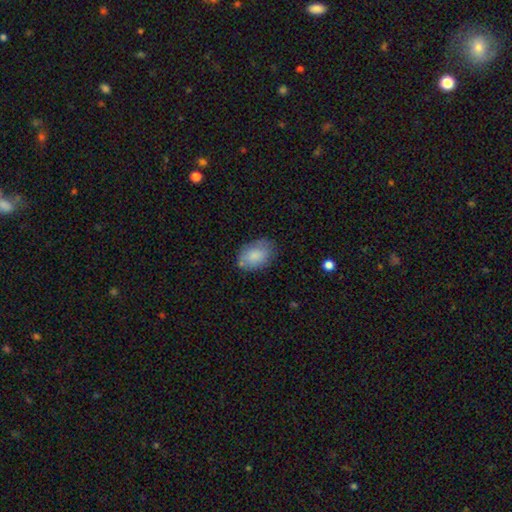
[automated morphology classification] type=smooth (81%); roundness=in between (84%); merging=none (71%).